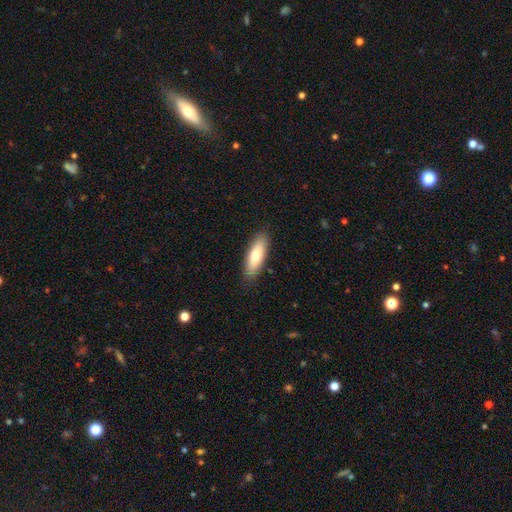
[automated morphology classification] This is likely a smooth galaxy (74%). How rounded: possibly in between (58%). Merging: clearly none (87%).